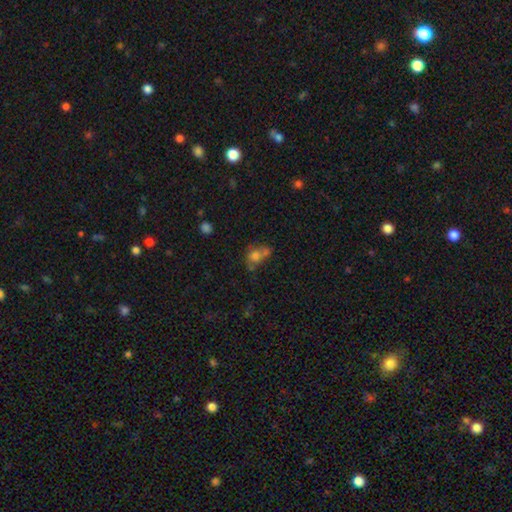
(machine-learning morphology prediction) smooth-or-featured: smooth: 65% | featured or disk: 18% | star or artifact: 17%
  how-rounded: round: 57% | in between: 41% | cigar-shaped: 2%
  merging: merger: 41% | none: 32% | minor disturbance: 15% | major disturbance: 12%